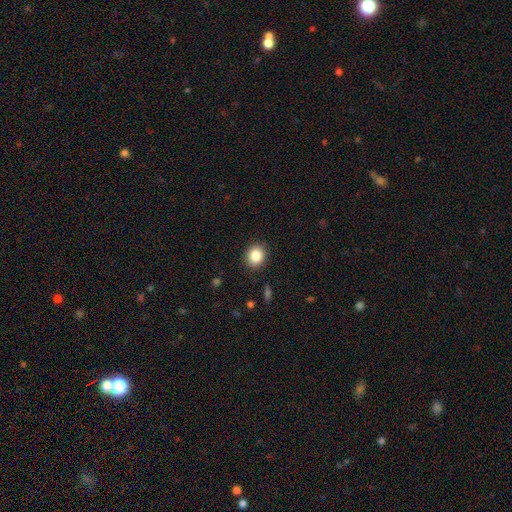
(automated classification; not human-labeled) Overall: smooth (86%). How rounded: round (69%; in between 30%). Merging: none (89%).